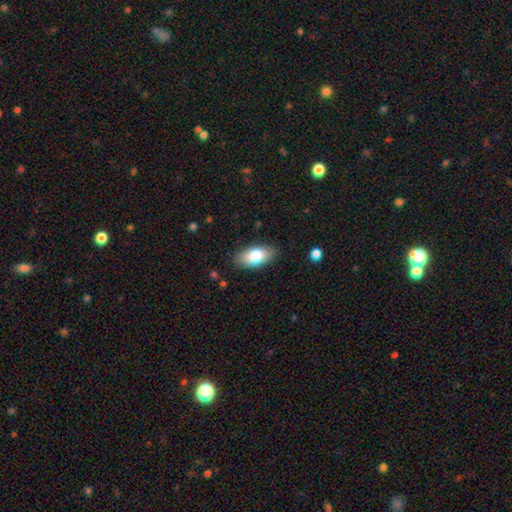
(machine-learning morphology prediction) A smooth galaxy with no disk features (80%) that is in between round and cigar-shaped (93%).

Vote fractions:
- Smooth or featured? smooth: 80% / featured or disk: 13% / star or artifact: 7%
- How rounded? in between: 93% / cigar-shaped: 4% / round: 3%
- Merging? none: 85% / minor disturbance: 12% / major disturbance: 3% / merger: 1%